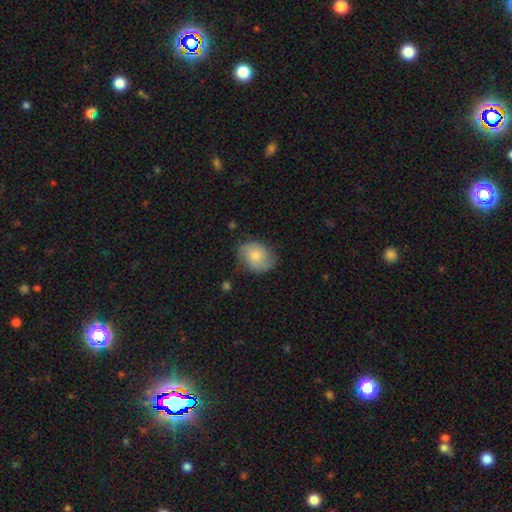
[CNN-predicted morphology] Smooth or featured? smooth (64%)
How rounded? in between (52%)
Merging? none (66%)